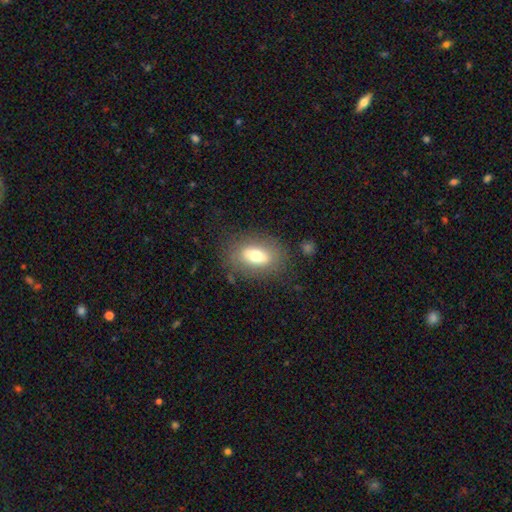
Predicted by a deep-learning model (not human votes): This appears to be a smooth galaxy with no disk features (65%) that is in between round and cigar-shaped (83%). Merging: none (79%).